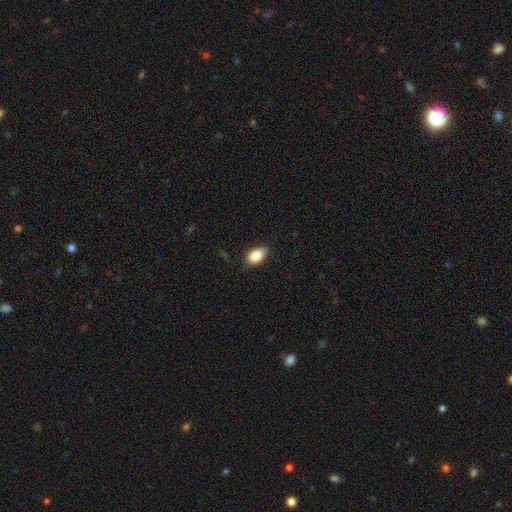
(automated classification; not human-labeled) smooth 85%, featured or disk 8%, star or artifact 8%. Down the decision tree: how rounded — in between (90%); merging — none (78%).